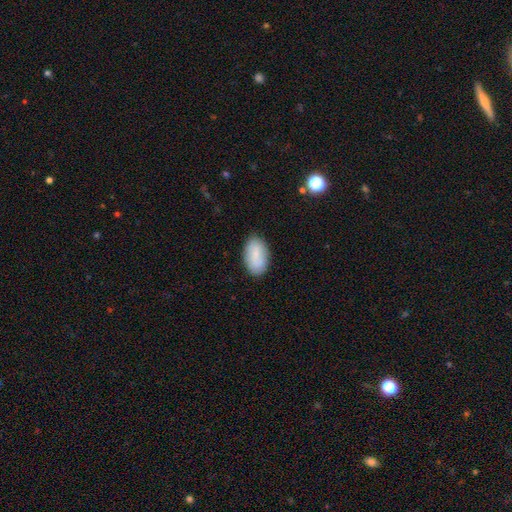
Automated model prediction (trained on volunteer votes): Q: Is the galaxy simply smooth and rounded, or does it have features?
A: smooth — 83%.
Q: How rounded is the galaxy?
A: in between — 94%.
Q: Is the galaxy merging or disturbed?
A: none — 86%.